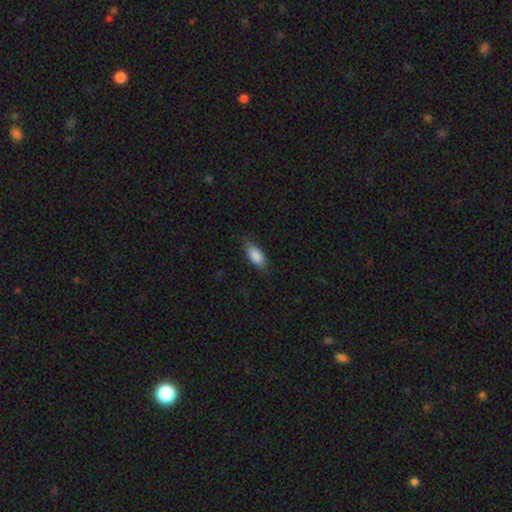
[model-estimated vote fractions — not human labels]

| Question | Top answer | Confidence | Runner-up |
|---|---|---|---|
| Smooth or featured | smooth | 87% | featured or disk (7%) |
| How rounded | in between | 86% | cigar-shaped (12%) |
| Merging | none | 80% | minor disturbance (15%) |